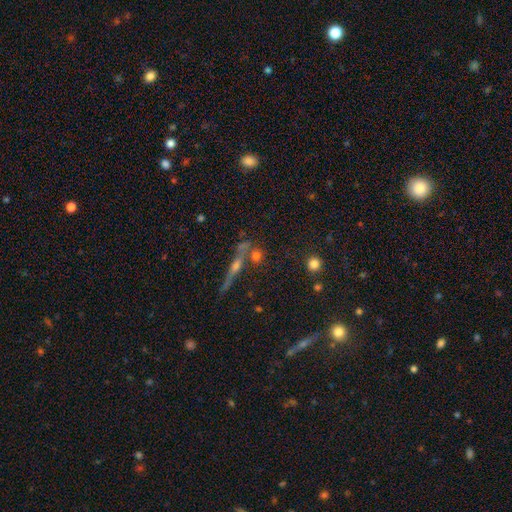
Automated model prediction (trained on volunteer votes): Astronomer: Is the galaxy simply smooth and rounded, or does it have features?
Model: star or artifact — 39% (runner-up: featured or disk, 31%).